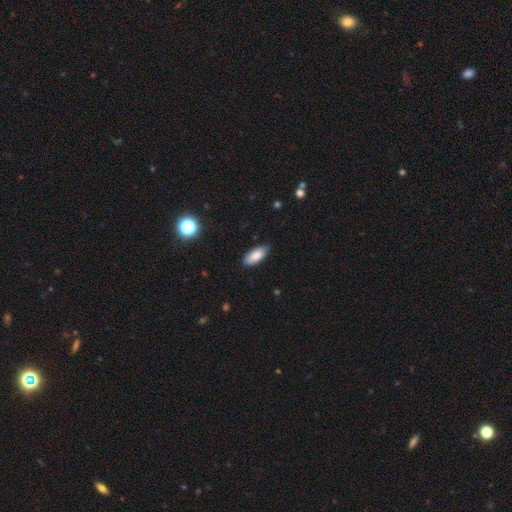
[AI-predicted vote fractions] A smooth galaxy with no disk features (86%) that is in between round and cigar-shaped (87%). Merging: none (86%).